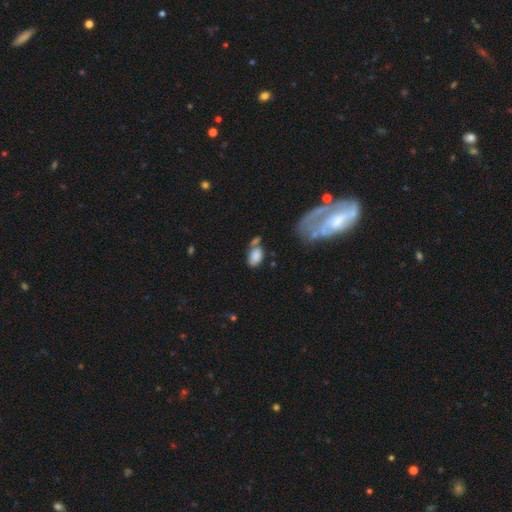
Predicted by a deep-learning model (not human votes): Smooth or featured: smooth — 82% (featured or disk — 9%)
How rounded: in between — 89% (round — 9%)
Merging: none — 48% (merger — 24%)